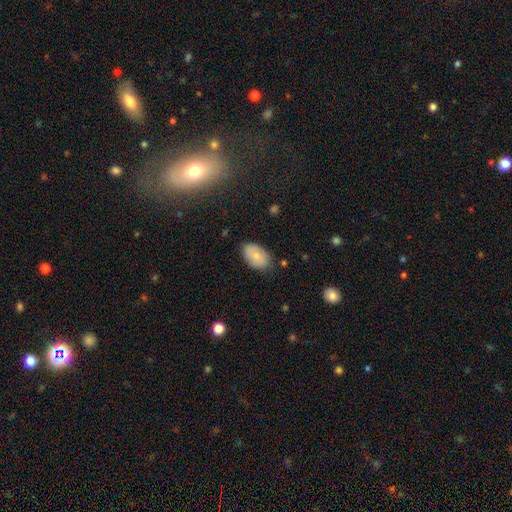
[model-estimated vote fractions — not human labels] A smooth galaxy with no disk features (79%) that is in between round and cigar-shaped (92%).

Vote fractions:
- Smooth or featured? smooth: 79% / featured or disk: 13% / star or artifact: 7%
- How rounded? in between: 92% / round: 7% / cigar-shaped: 1%
- Merging? none: 79% / minor disturbance: 16% / major disturbance: 3% / merger: 2%